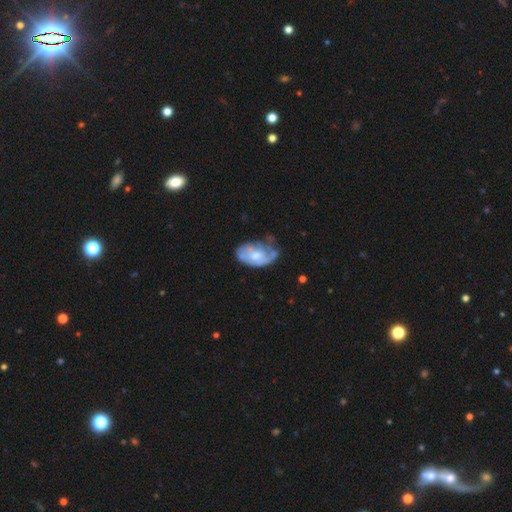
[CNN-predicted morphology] Smooth or featured? featured or disk (52%)
Edge-on disk? no (95%)
Merging? minor disturbance (38%)